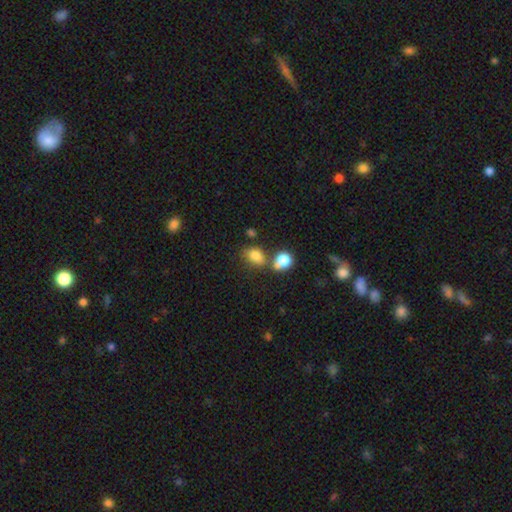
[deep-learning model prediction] Smooth or featured? Predicted: smooth (p=0.80). How rounded? Predicted: in between (p=0.71). Merging? Predicted: none (p=0.50).